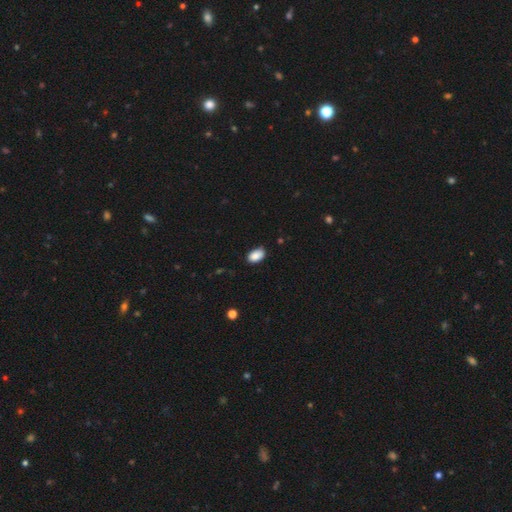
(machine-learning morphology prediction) Smooth or featured?
  - smooth: 88% *
  - star or artifact: 8%
  - featured or disk: 4%
How rounded?
  - in between: 91% *
  - round: 8%
  - cigar-shaped: 1%
Merging?
  - none: 81% *
  - minor disturbance: 16%
  - major disturbance: 2%
  - merger: 1%